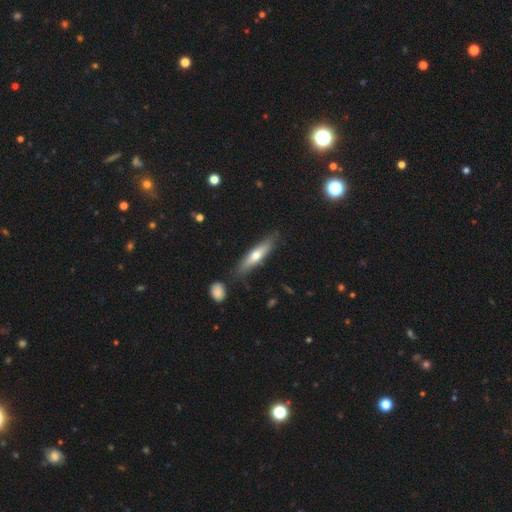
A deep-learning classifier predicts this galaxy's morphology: Q: Smooth or featured?
A: smooth (53%); runner-up: featured or disk (42%)
Q: How rounded?
A: cigar-shaped (78%); runner-up: in between (20%)
Q: Merging?
A: none (79%); runner-up: minor disturbance (14%)